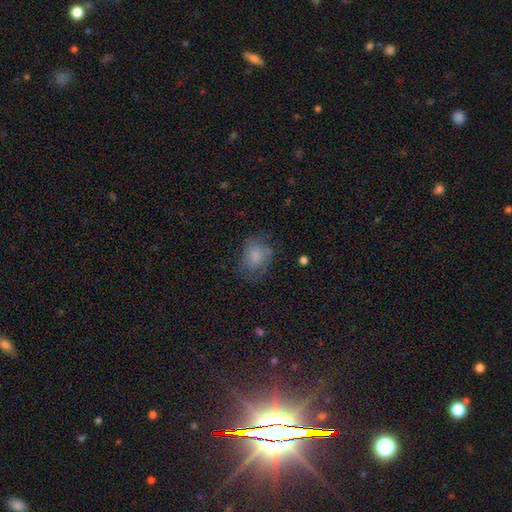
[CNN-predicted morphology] smooth_or_featured: smooth (p=0.72) [alt: featured or disk p=0.19]
how_rounded: in between (p=0.59) [alt: round p=0.39]
merging: none (p=0.52) [alt: minor disturbance p=0.28]